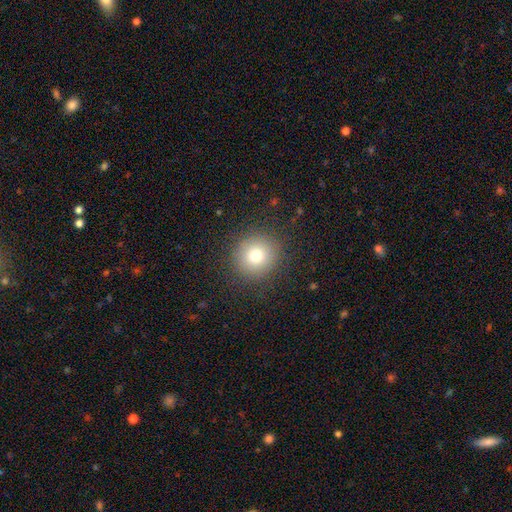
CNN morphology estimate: This appears to be a smooth galaxy with no disk features (77%) that is round (91%). Merging: none (89%).